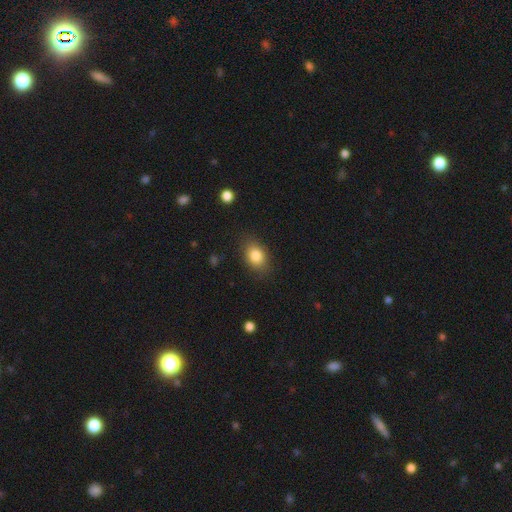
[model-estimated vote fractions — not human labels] The model was most divided on "how rounded": in between: 75%, round: 24%, cigar-shaped: 1%. More confident: smooth or featured — smooth (83%); merging — none (83%).